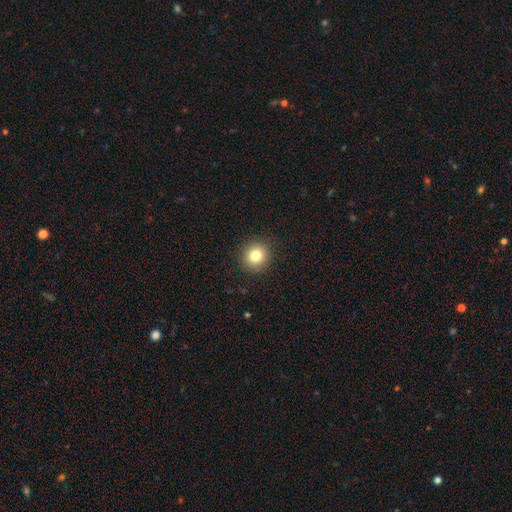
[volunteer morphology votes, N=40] Smooth or featured?
  - smooth: 78% *
  - featured or disk: 12%
  - star or artifact: 10%
How rounded?
  - round: 84% *
  - in between: 16%
  - cigar-shaped: 0%
Merging?
  - none: 89% *
  - minor disturbance: 8%
  - major disturbance: 3%
  - merger: 0%